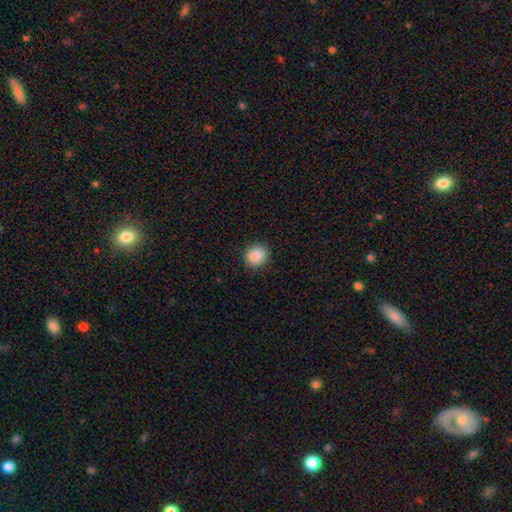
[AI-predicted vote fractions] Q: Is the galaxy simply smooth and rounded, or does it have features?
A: smooth — 89%.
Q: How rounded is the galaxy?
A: round — 67%.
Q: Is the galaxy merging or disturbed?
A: none — 89%.